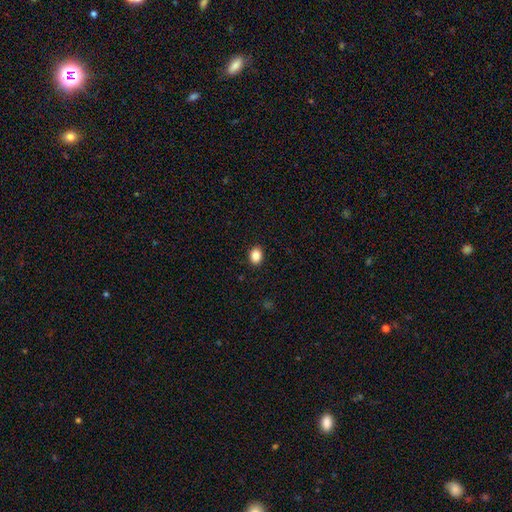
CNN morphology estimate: smooth 86%, star or artifact 9%, featured or disk 4%. Down the decision tree: how rounded — in between (55%); merging — none (91%).